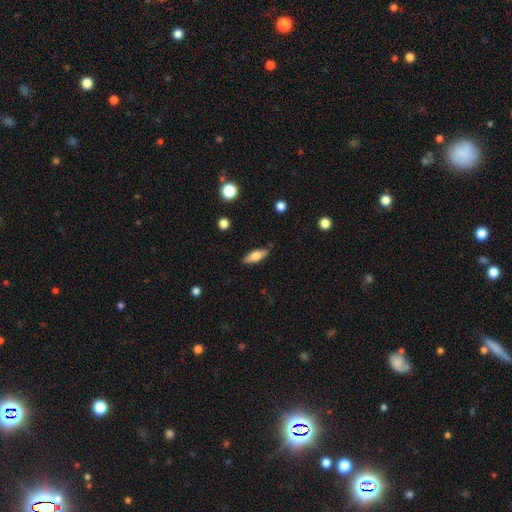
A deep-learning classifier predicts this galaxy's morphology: A smooth galaxy with no disk features (60%) that is in between round and cigar-shaped (58%). Merging: none (84%).